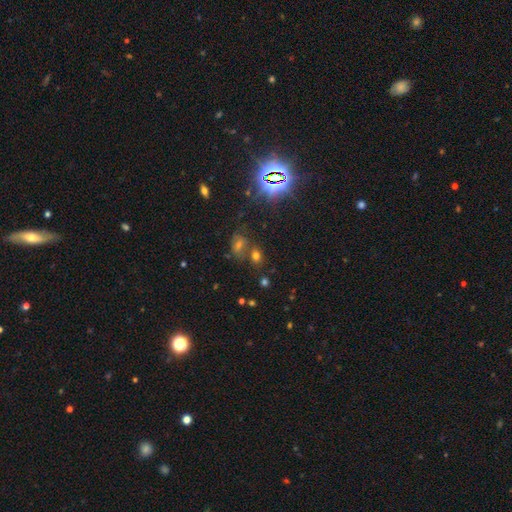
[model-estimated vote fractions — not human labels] The model was most divided on "how rounded": round: 49%, in between: 48%, cigar-shaped: 2%. More confident: merging — none (61%); smooth or featured — smooth (56%).